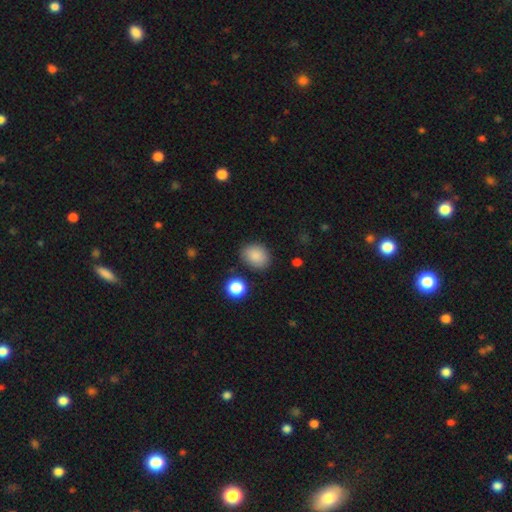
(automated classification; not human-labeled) This appears to be a smooth galaxy with no disk features (87%) that is in between round and cigar-shaped (55%). Merging: none (81%).